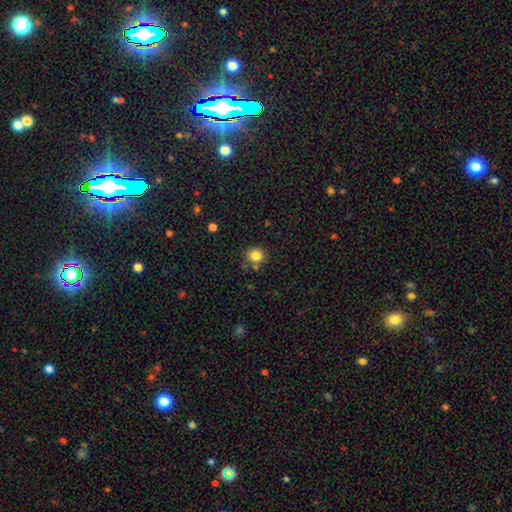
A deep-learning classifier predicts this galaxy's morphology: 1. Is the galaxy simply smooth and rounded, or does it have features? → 84% smooth, 11% star or artifact, 5% featured or disk.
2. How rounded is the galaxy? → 87% round, 12% in between, 1% cigar-shaped.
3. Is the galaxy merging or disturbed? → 80% none, 11% minor disturbance, 7% merger, 3% major disturbance.